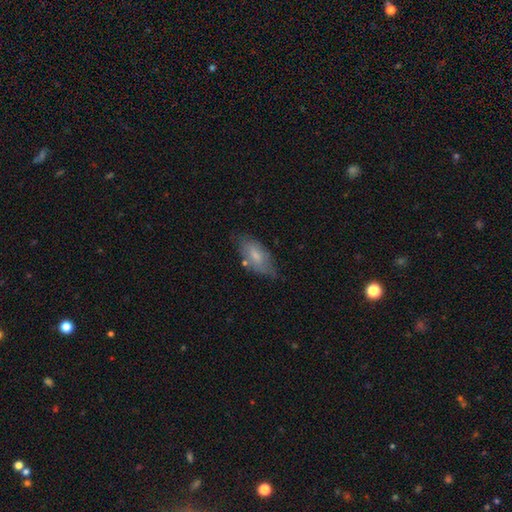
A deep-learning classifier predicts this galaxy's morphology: A smooth galaxy with no disk features (63%) that is in between round and cigar-shaped (86%). Merging: none (61%).